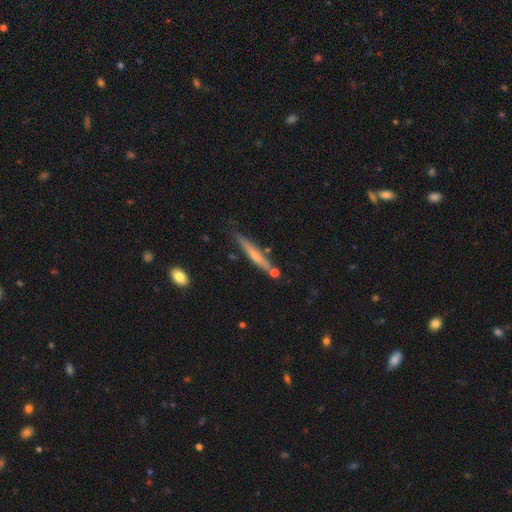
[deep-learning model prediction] featured or disk 49%, smooth 44%, star or artifact 7%. Down the decision tree: merging — none (71%).